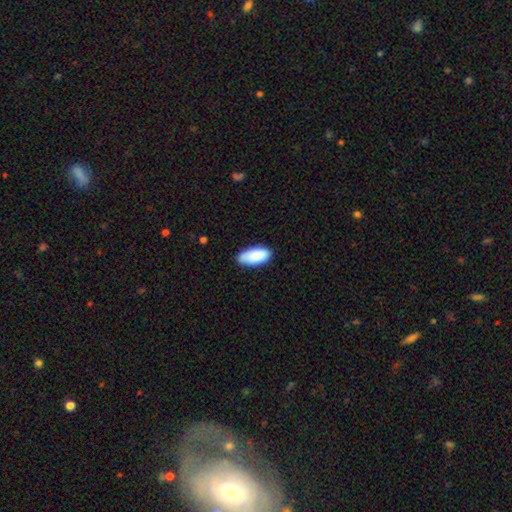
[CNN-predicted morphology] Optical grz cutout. It shows a smooth galaxy with no disk features (88%) that is in between round and cigar-shaped (91%). Merging: none (77%).